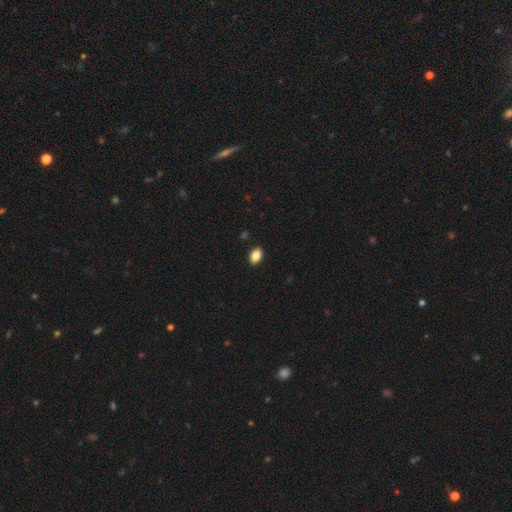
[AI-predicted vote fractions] A smooth galaxy with no disk features (86%) that is in between round and cigar-shaped (89%). Merging: none (90%).